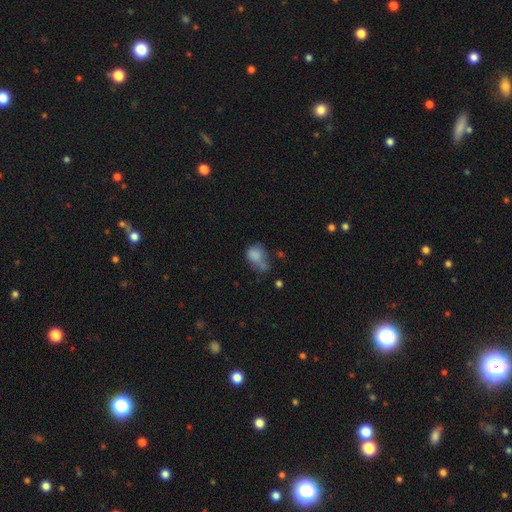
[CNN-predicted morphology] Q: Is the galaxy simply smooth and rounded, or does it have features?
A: smooth — 76%.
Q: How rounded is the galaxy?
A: in between — 54%.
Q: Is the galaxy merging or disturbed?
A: none — 30%.